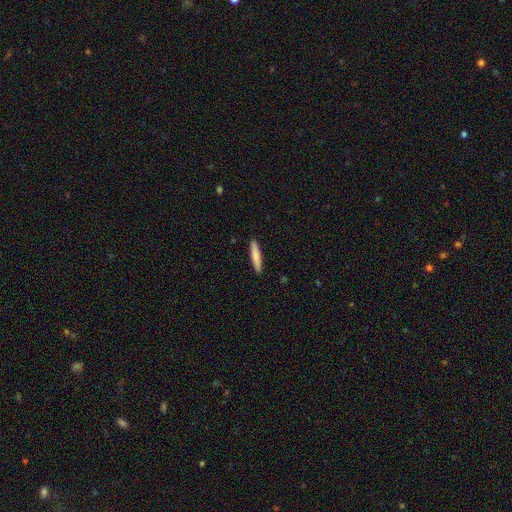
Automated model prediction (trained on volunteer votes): Smooth or featured?
  - smooth: 80% *
  - featured or disk: 15%
  - star or artifact: 5%
How rounded?
  - cigar-shaped: 91% *
  - in between: 8%
  - round: 1%
Merging?
  - none: 91% *
  - minor disturbance: 6%
  - major disturbance: 1%
  - merger: 1%